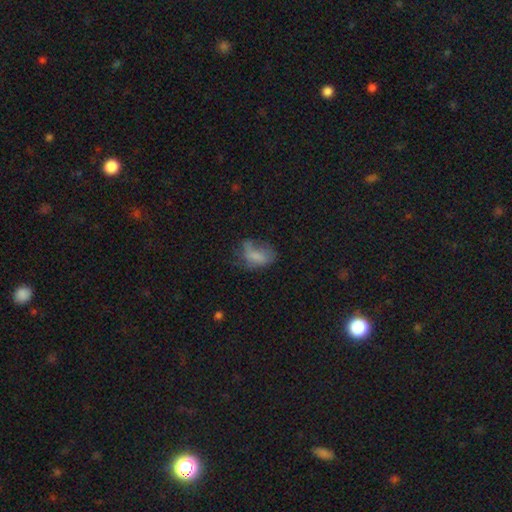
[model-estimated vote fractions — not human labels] smooth 61%, featured or disk 27%, star or artifact 12%. Down the decision tree: how rounded — in between (85%); merging — major disturbance (37%).